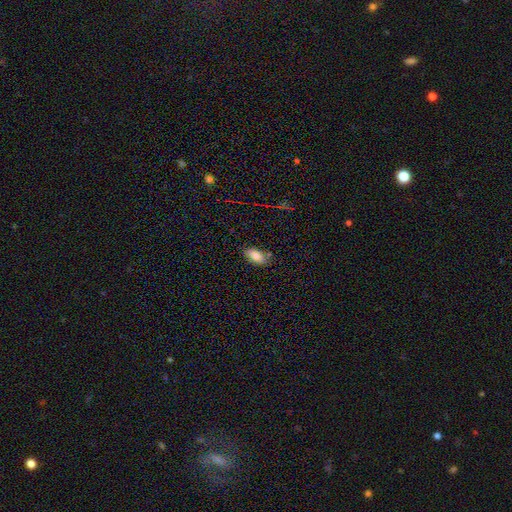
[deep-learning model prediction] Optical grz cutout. It shows a smooth galaxy with no disk features (82%) that is in between round and cigar-shaped (91%). Merging: none (78%).